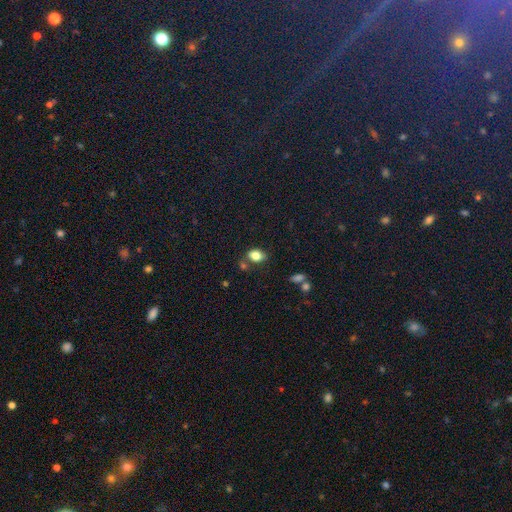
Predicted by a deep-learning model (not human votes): Smooth or featured? smooth (82%)
How rounded? in between (78%)
Merging? none (66%)